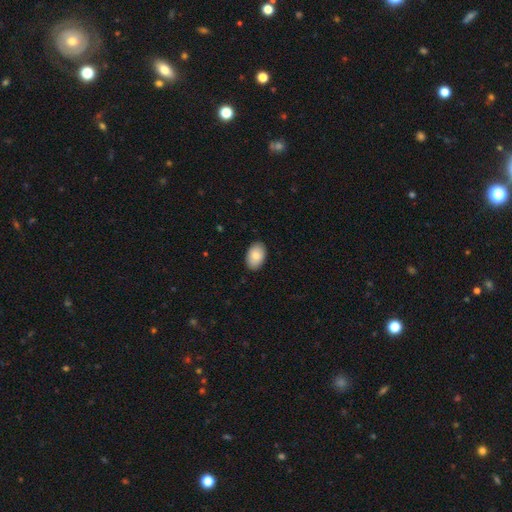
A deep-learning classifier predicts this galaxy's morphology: smooth-or-featured: smooth: 83% | featured or disk: 10% | star or artifact: 6%
  how-rounded: in between: 91% | round: 8% | cigar-shaped: 1%
  merging: none: 89% | minor disturbance: 9% | major disturbance: 2% | merger: 1%